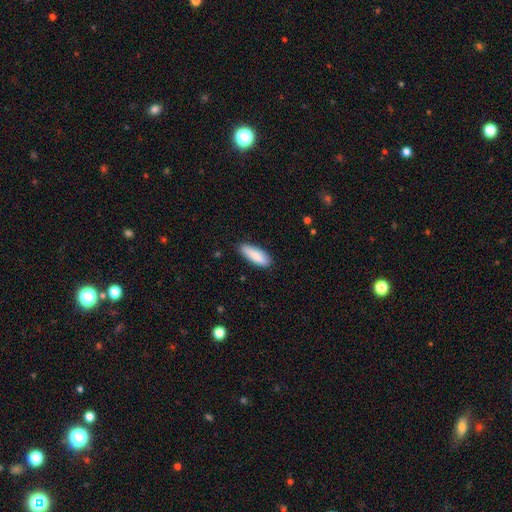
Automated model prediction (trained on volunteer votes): Morphology: type=smooth (82%); roundness=in between (62%); merging=none (83%).